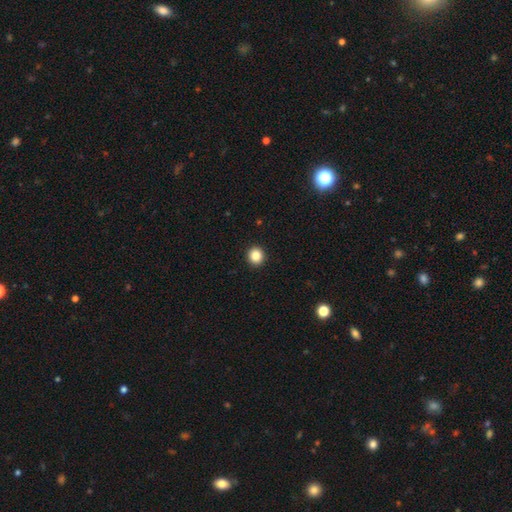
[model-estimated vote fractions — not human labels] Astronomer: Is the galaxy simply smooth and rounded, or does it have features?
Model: smooth — 85%.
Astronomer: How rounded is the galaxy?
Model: round — 91%.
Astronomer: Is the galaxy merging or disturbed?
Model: none — 94%.